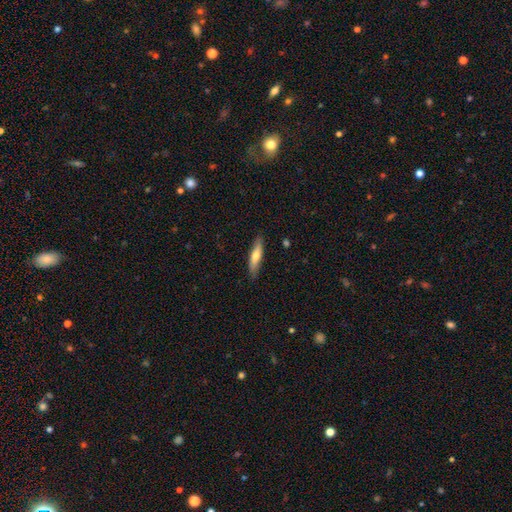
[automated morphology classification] Smooth or featured? smooth (59%)
How rounded? cigar-shaped (78%)
Merging? none (86%)